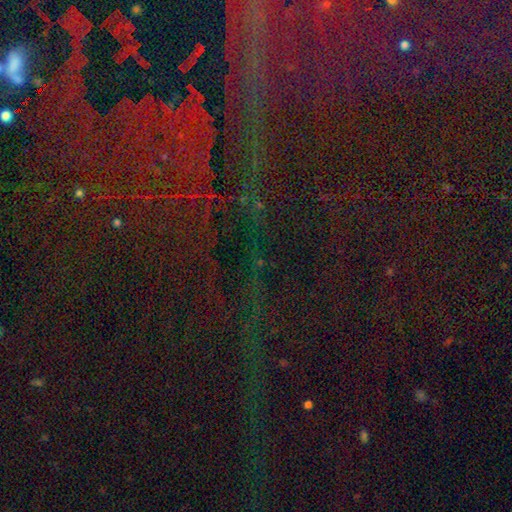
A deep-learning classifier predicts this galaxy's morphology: smooth-or-featured: star or artifact: 83% | smooth: 9% | featured or disk: 9%